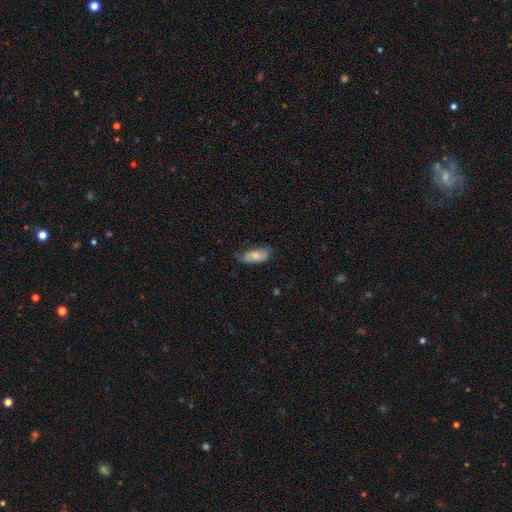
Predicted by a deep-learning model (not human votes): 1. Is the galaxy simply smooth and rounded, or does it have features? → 63% smooth, 30% featured or disk, 7% star or artifact.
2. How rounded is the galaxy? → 85% in between, 12% cigar-shaped, 3% round.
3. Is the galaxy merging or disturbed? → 63% none, 28% minor disturbance, 8% major disturbance, 1% merger.